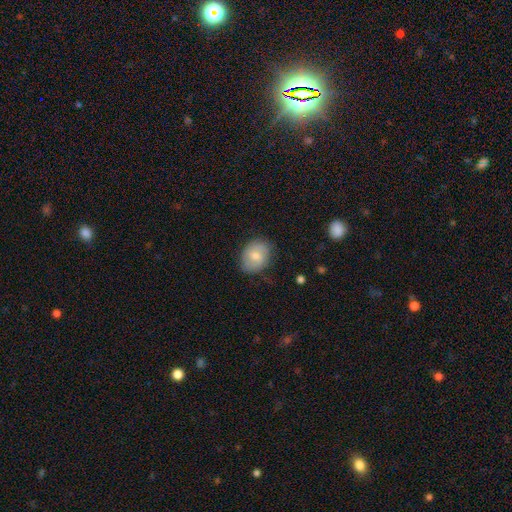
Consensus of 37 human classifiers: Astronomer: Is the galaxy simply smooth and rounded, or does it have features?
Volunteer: featured or disk — 51% (runner-up: smooth, 46%).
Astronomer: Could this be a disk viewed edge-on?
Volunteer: no — 100%.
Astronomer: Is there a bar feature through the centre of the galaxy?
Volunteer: no — 53% (runner-up: weak, 32%).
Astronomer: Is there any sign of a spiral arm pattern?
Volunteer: yes — 79%.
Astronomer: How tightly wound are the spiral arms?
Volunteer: tight — 53% (runner-up: medium, 33%).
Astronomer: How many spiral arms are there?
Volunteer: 2 — 67%.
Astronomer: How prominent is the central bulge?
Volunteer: moderate — 68%.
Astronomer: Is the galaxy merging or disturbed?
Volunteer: none — 78%.